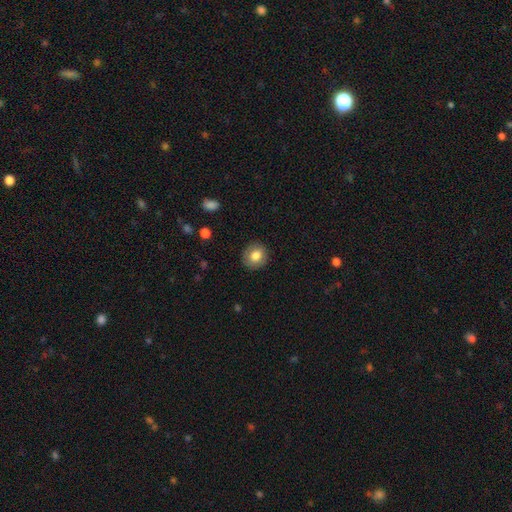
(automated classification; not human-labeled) A smooth galaxy with no disk features (82%) that is round (84%).

Vote fractions:
- Smooth or featured? smooth: 82% / featured or disk: 9% / star or artifact: 9%
- How rounded? round: 84% / in between: 15% / cigar-shaped: 1%
- Merging? none: 89% / minor disturbance: 8% / major disturbance: 2% / merger: 1%